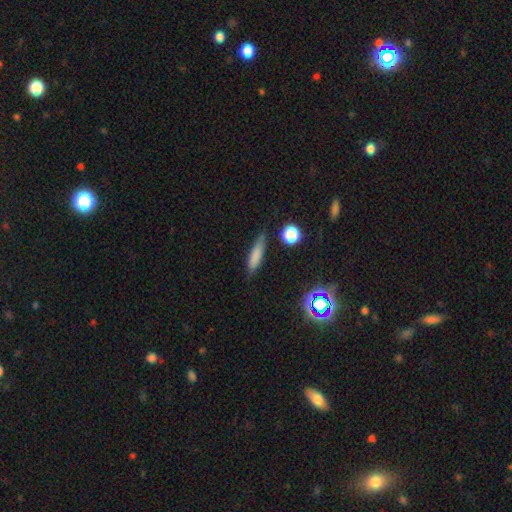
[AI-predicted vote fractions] Smooth or featured?
  - smooth: 74% *
  - featured or disk: 15%
  - star or artifact: 11%
How rounded?
  - cigar-shaped: 71% *
  - in between: 25%
  - round: 3%
Merging?
  - none: 74% *
  - minor disturbance: 19%
  - major disturbance: 4%
  - merger: 3%